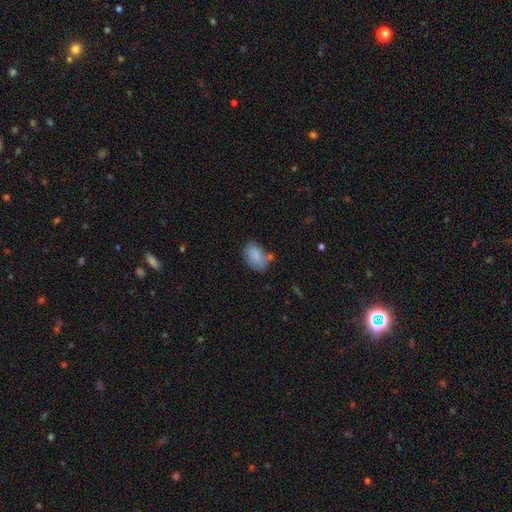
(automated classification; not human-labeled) smooth_or_featured: smooth (p=0.83) [alt: featured or disk p=0.10]
how_rounded: in between (p=0.87) [alt: round p=0.12]
merging: none (p=0.60) [alt: minor disturbance p=0.23]